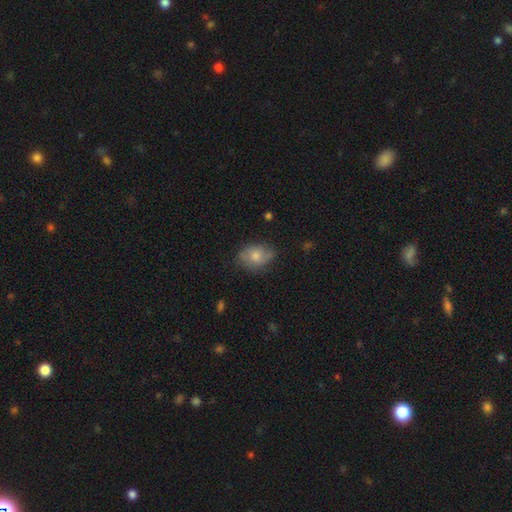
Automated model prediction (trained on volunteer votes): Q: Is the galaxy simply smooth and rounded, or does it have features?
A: smooth — 56%.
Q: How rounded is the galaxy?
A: in between — 69%.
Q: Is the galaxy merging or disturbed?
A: none — 71%.